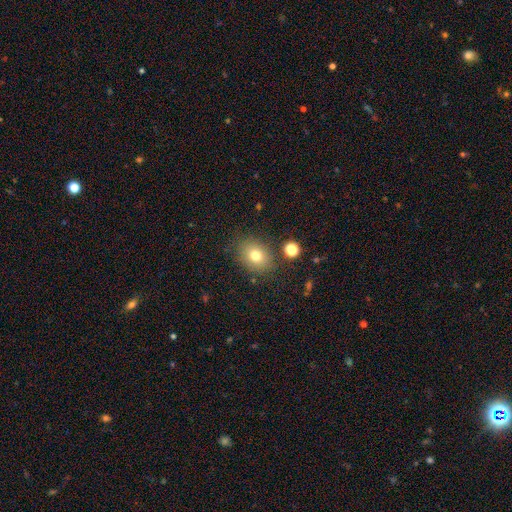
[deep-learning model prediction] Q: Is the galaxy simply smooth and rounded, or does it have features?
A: smooth — 76%.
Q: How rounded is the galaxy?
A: in between — 51%.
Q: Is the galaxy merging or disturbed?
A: none — 81%.